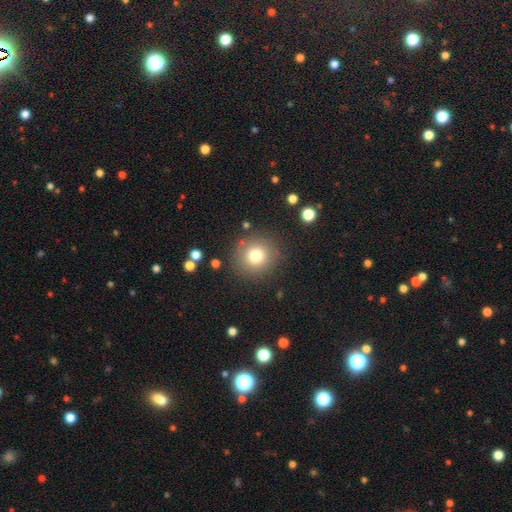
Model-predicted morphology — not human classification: Q: Smooth or featured?
A: smooth (77%); runner-up: star or artifact (13%)
Q: How rounded?
A: round (92%); runner-up: in between (7%)
Q: Merging?
A: none (86%); runner-up: minor disturbance (8%)